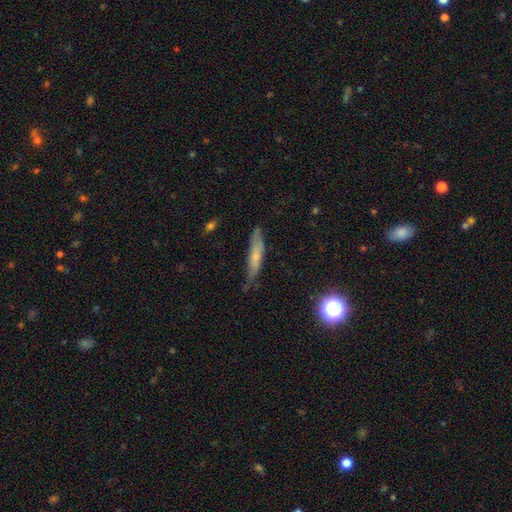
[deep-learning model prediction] Smooth or featured: smooth — 57% (featured or disk — 34%)
How rounded: cigar-shaped — 81% (in between — 16%)
Merging: none — 60% (minor disturbance — 30%)